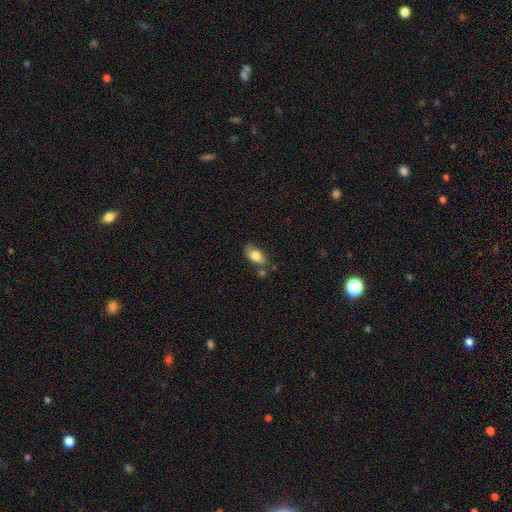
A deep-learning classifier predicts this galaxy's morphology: A smooth galaxy with no disk features (79%) that is in between round and cigar-shaped (90%). Merging: none (65%).